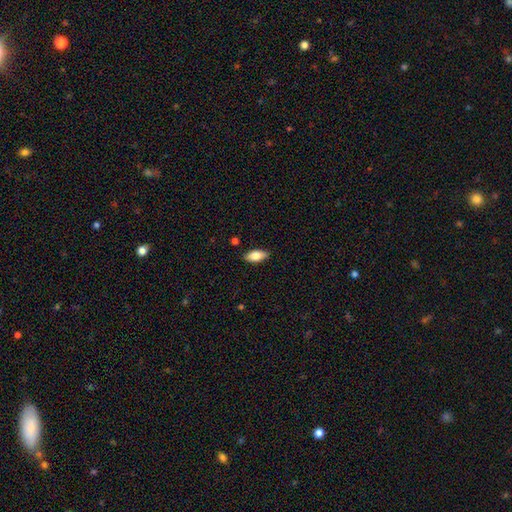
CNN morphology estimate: Smooth or featured? smooth (80%)
How rounded? in between (86%)
Merging? none (87%)